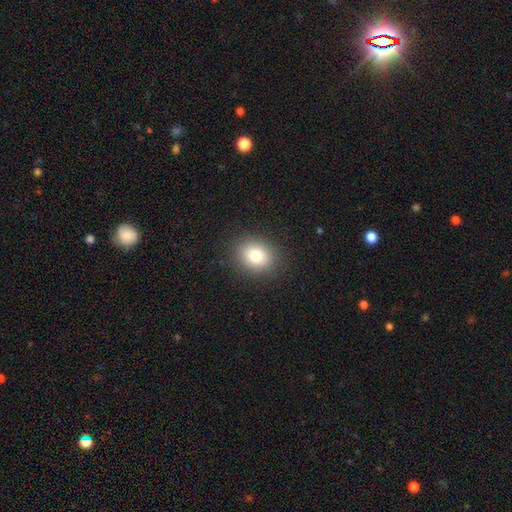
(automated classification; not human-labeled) Q: Smooth or featured?
A: smooth (79%); runner-up: star or artifact (11%)
Q: How rounded?
A: round (61%); runner-up: in between (38%)
Q: Merging?
A: none (89%); runner-up: minor disturbance (8%)